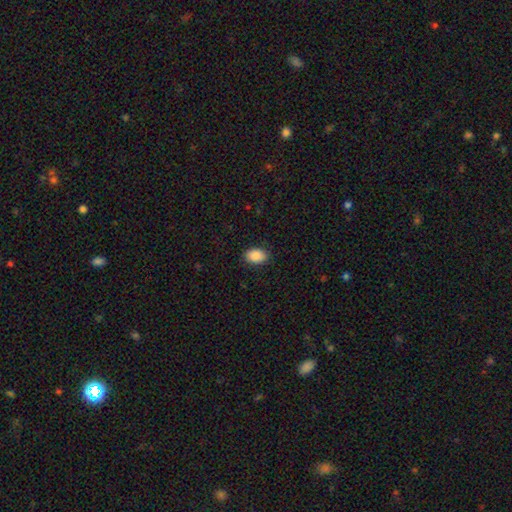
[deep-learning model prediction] A smooth galaxy with no disk features (90%) that is in between round and cigar-shaped (87%). Merging: none (87%).